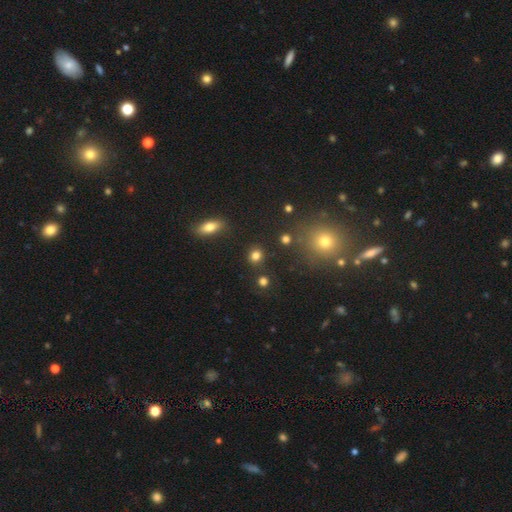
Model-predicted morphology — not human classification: smooth_or_featured: smooth (p=0.82) [alt: star or artifact p=0.13]
how_rounded: round (p=0.82) [alt: in between p=0.17]
merging: none (p=0.85) [alt: minor disturbance p=0.08]